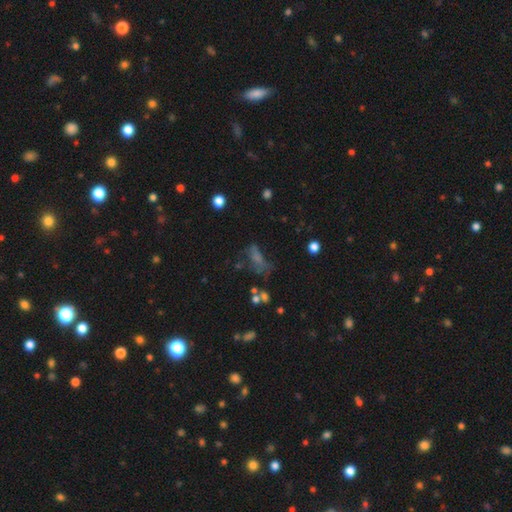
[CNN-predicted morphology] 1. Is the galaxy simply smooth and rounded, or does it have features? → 43% smooth, 30% star or artifact, 27% featured or disk.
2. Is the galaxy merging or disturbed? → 37% none, 33% major disturbance, 22% minor disturbance, 8% merger.